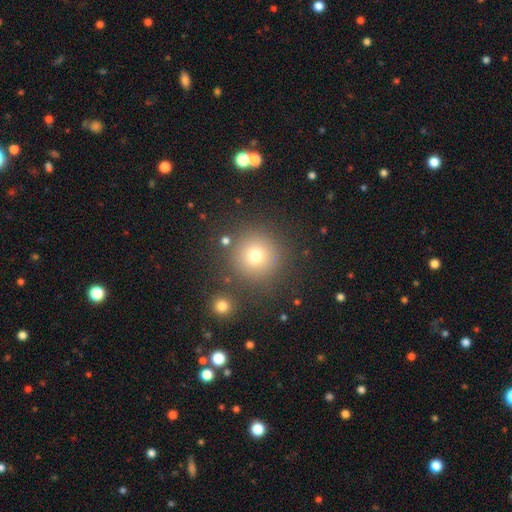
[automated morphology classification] Smooth or featured? smooth (73%)
How rounded? round (95%)
Merging? none (84%)